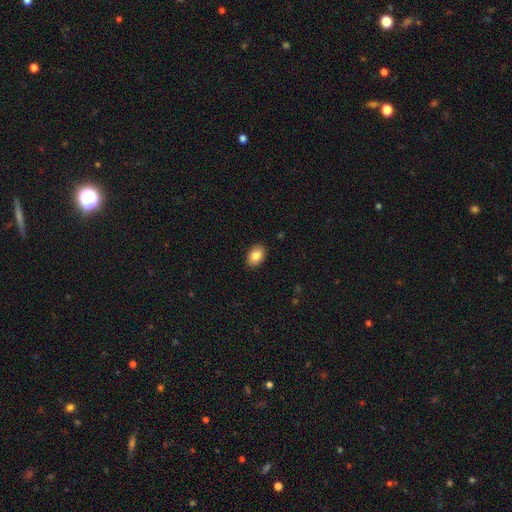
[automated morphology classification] Q: Smooth or featured?
A: smooth (85%); runner-up: featured or disk (8%)
Q: How rounded?
A: in between (84%); runner-up: round (15%)
Q: Merging?
A: none (89%); runner-up: minor disturbance (8%)